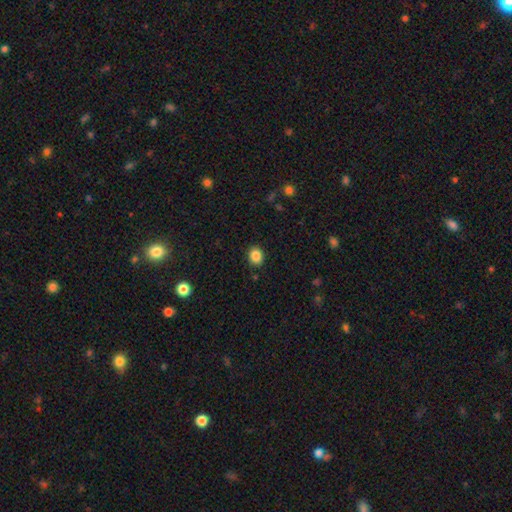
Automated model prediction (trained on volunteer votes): A smooth galaxy with no disk features (87%) that is round (52%). Merging: none (89%).